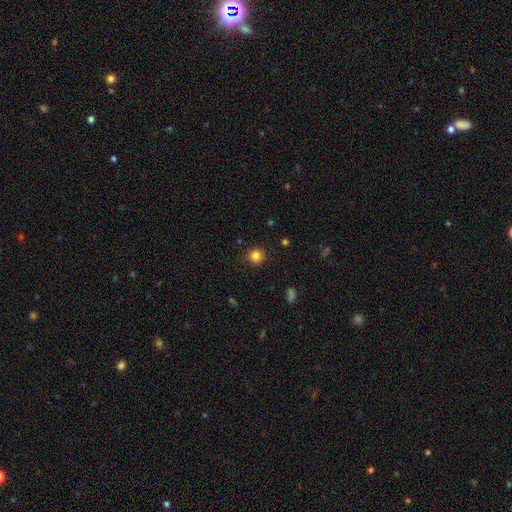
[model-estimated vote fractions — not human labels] Overall: smooth (83%). How rounded: round (94%). Merging: none (91%).